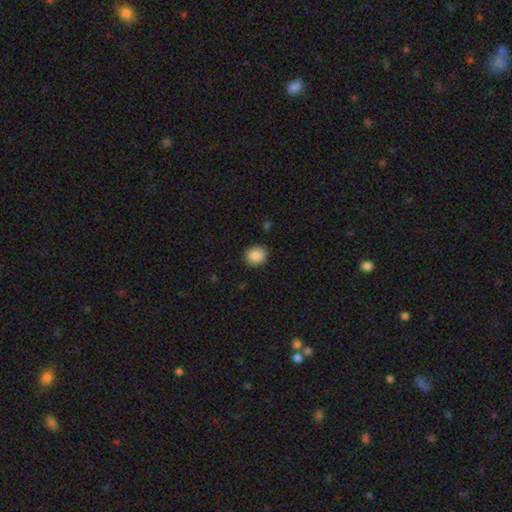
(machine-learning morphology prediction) Q: Smooth or featured?
A: smooth (87%); runner-up: star or artifact (8%)
Q: How rounded?
A: round (69%); runner-up: in between (30%)
Q: Merging?
A: none (88%); runner-up: minor disturbance (9%)